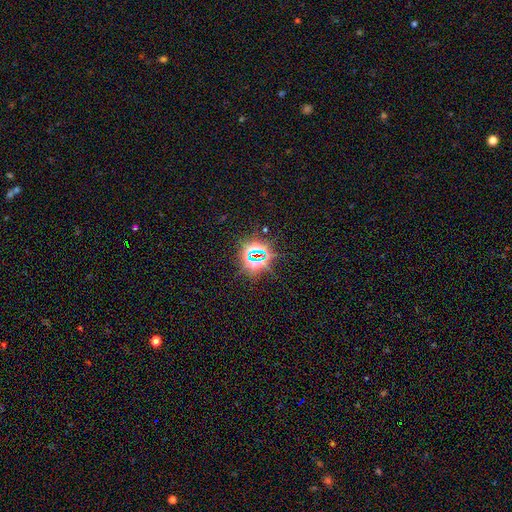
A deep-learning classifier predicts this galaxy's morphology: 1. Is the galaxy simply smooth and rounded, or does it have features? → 79% star or artifact, 13% smooth, 8% featured or disk.